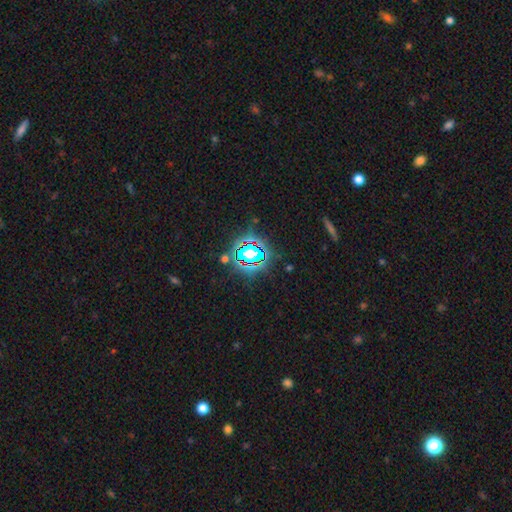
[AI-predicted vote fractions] Morphology: type=star or artifact (80%).